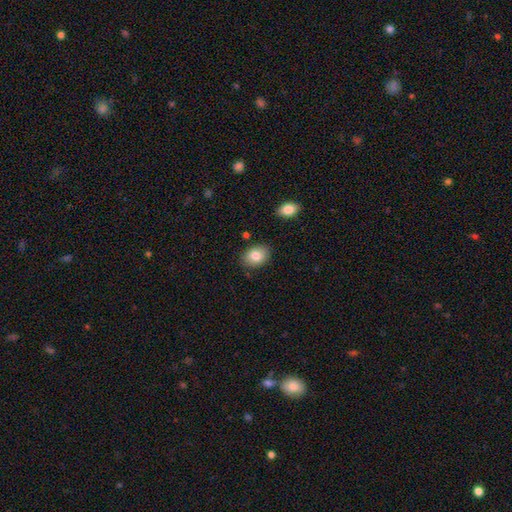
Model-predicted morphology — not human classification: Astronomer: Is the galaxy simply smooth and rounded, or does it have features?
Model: smooth — 83%.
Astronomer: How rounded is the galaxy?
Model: in between — 73%.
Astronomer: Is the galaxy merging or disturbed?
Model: none — 84%.